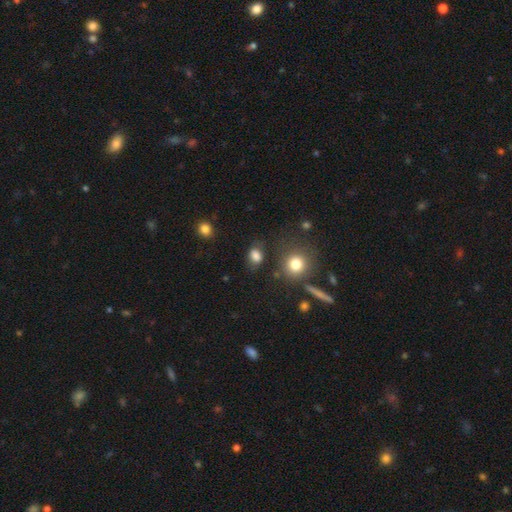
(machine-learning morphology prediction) Smooth or featured? smooth (80%)
How rounded? in between (65%)
Merging? none (66%)